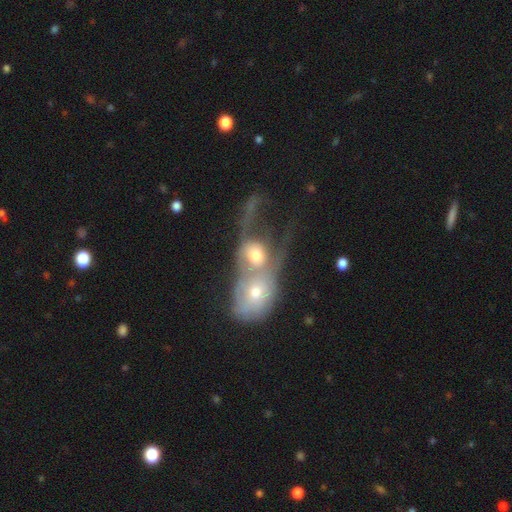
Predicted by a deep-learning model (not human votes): Smooth or featured? featured or disk (54%)
Edge-on disk? no (92%)
Merging? merger (83%)